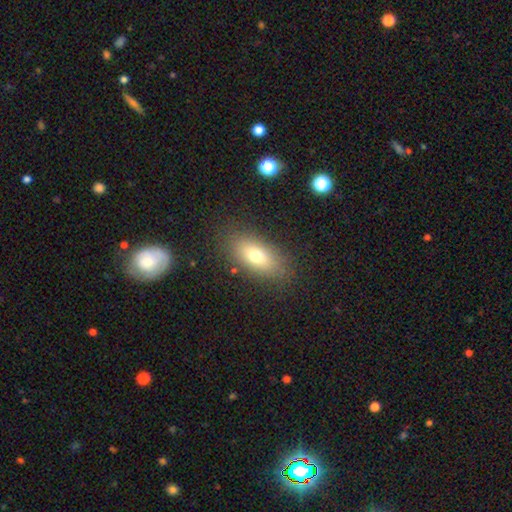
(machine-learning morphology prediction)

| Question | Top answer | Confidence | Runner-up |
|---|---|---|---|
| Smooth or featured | smooth | 71% | featured or disk (18%) |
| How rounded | in between | 84% | round (8%) |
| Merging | none | 83% | minor disturbance (11%) |